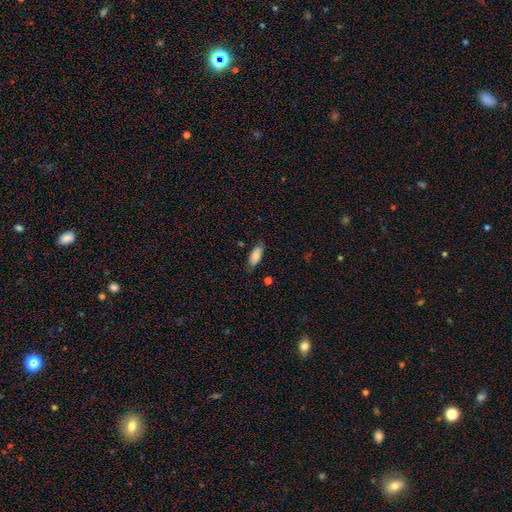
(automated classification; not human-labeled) smooth 81%, featured or disk 12%, star or artifact 7%. Down the decision tree: how rounded — in between (87%); merging — none (75%).